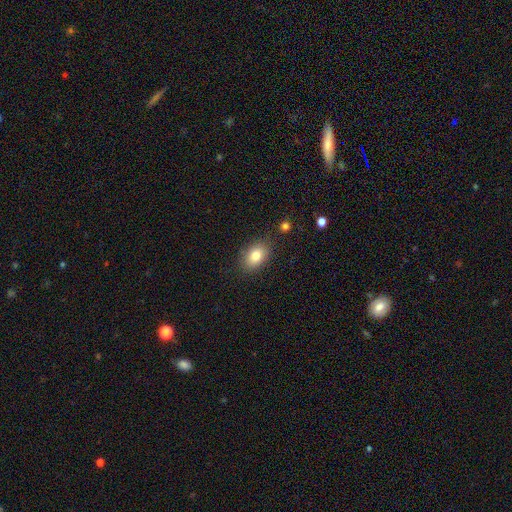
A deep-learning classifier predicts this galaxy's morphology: Smooth or featured? Predicted: smooth (p=0.82). How rounded? Predicted: in between (p=0.84). Merging? Predicted: none (p=0.84).